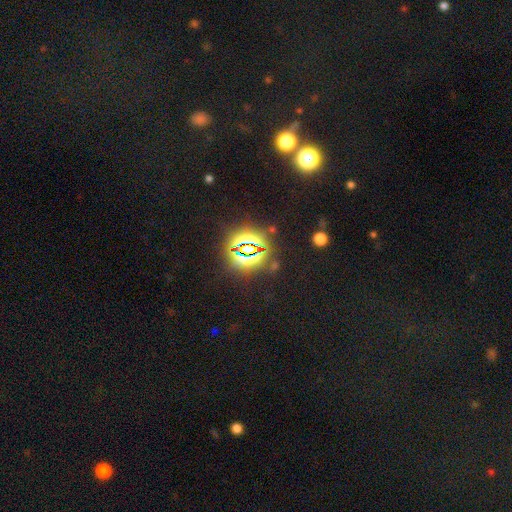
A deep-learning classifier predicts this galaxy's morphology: Smooth or featured: star or artifact — 78% (smooth — 14%)